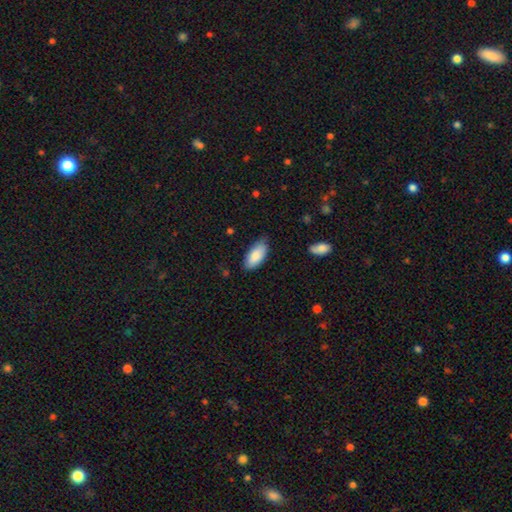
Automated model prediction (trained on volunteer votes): Smooth or featured: smooth — 86% (featured or disk — 9%)
How rounded: in between — 91% (cigar-shaped — 7%)
Merging: none — 75% (minor disturbance — 21%)